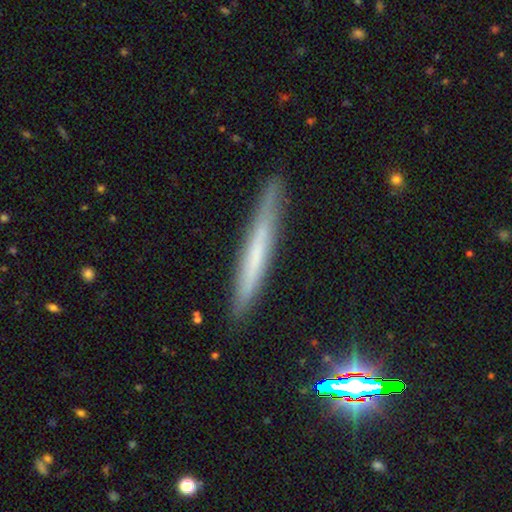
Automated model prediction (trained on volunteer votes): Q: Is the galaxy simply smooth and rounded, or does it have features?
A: smooth — 46%.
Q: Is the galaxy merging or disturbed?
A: none — 87%.